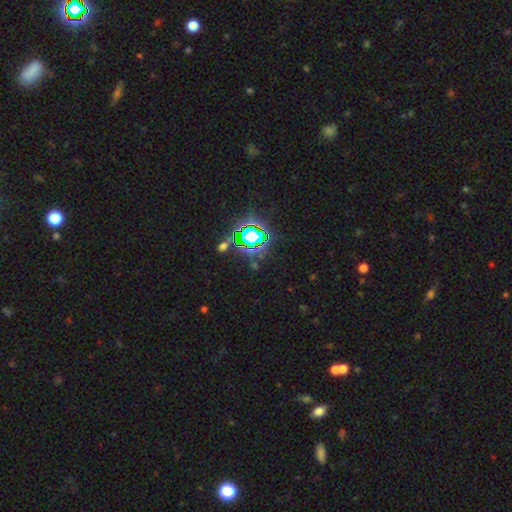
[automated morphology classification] Smooth or featured: star or artifact — 82% (smooth — 12%)